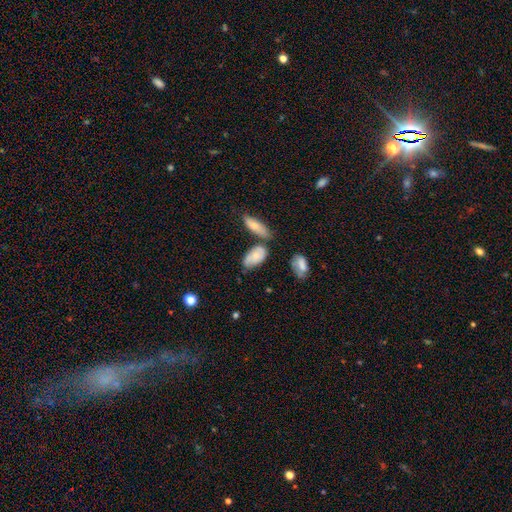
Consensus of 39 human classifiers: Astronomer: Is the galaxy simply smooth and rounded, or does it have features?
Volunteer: smooth — 69%.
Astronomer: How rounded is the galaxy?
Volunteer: in between — 96%.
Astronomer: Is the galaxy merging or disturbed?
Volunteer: none — 53%.